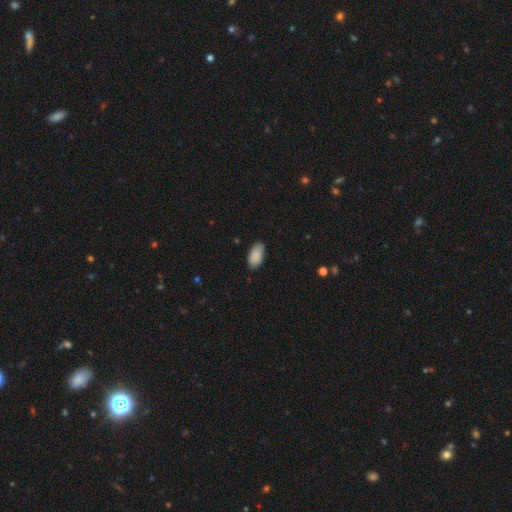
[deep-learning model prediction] Smooth or featured? smooth (89%)
How rounded? in between (95%)
Merging? none (84%)